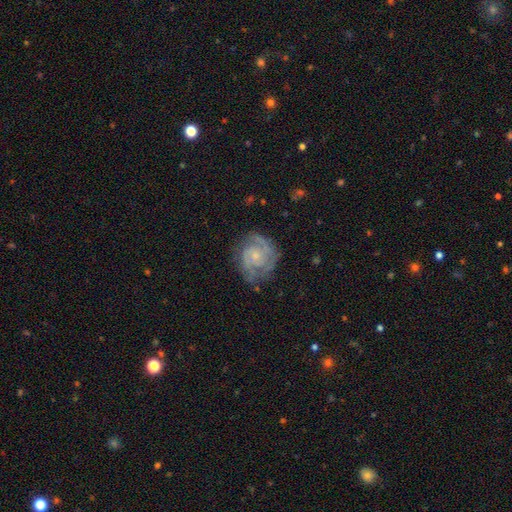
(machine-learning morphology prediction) type=featured or disk (85%); edge-on=no (98%); bar=no (71%); spiral arms=yes (96%); winding=tight (58%); arm count=2 (54%); bulge=small (69%); merging=none (72%).